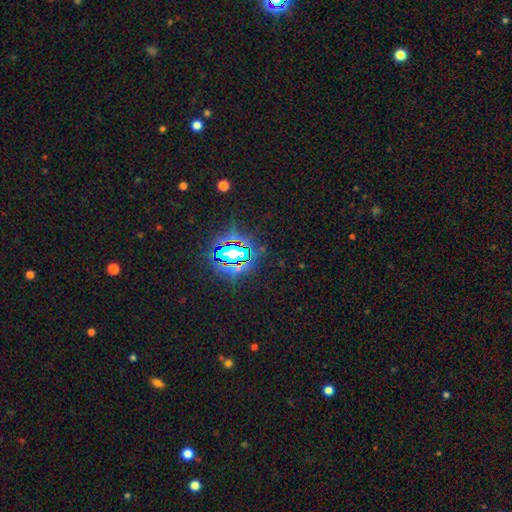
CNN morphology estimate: This is clearly a star or artifact rather than a galaxy (84%).